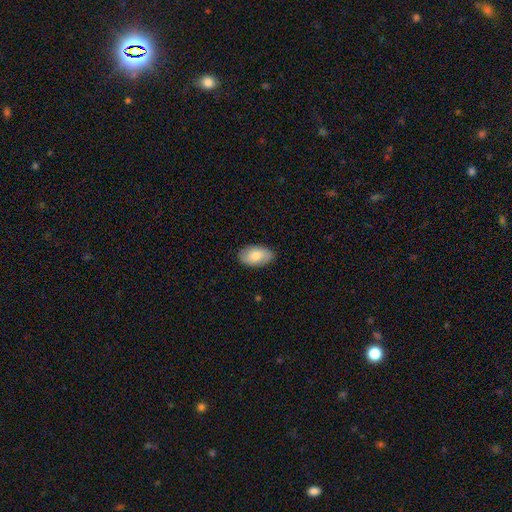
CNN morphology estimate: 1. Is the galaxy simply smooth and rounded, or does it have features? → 76% smooth, 18% featured or disk, 6% star or artifact.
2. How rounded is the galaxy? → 94% in between, 4% round, 2% cigar-shaped.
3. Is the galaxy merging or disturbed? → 86% none, 11% minor disturbance, 2% major disturbance, 1% merger.